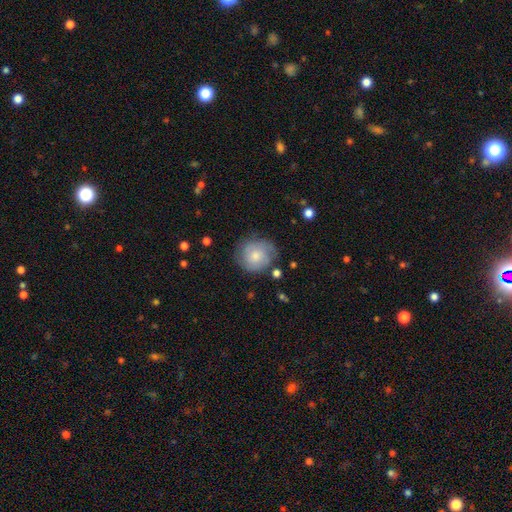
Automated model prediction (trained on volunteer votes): smooth 58%, featured or disk 34%, star or artifact 7%. Down the decision tree: how rounded — round (85%); merging — none (69%).